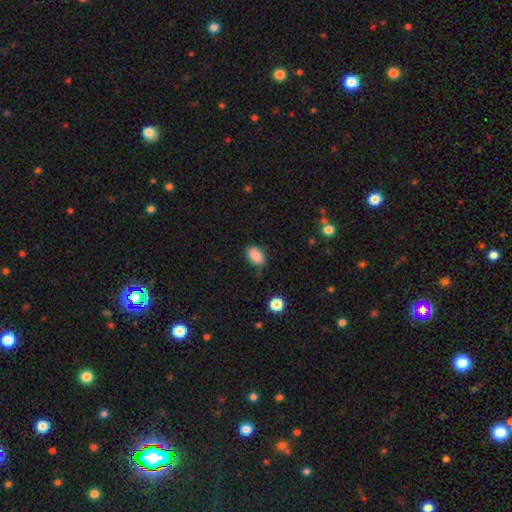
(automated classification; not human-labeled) Smooth or featured? smooth (88%)
How rounded? in between (87%)
Merging? none (74%)